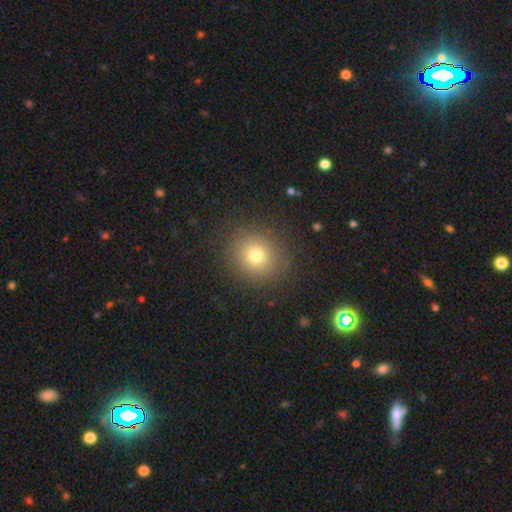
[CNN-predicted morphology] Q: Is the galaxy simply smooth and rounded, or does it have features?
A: smooth — 75%.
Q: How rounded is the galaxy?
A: round — 84%.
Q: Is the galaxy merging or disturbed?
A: none — 88%.